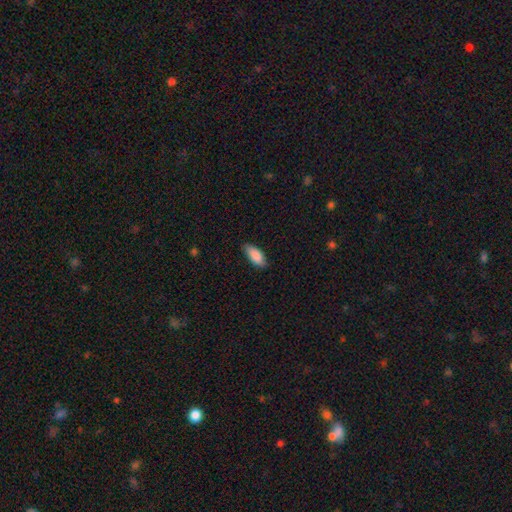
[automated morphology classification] smooth 88%, star or artifact 6%, featured or disk 6%. Down the decision tree: how rounded — in between (84%); merging — none (78%).